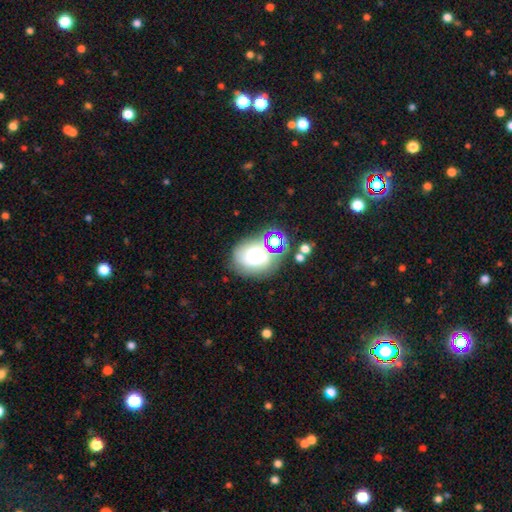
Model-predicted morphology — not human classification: This appears to be a smooth galaxy with no disk features (56%) that is in between round and cigar-shaped (50%). Merging: none (52%).